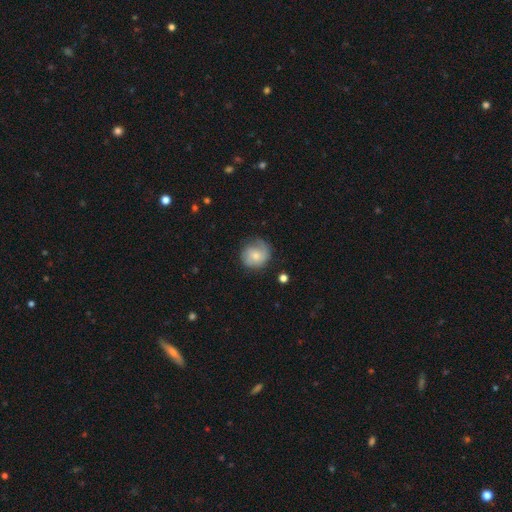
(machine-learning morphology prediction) Smooth or featured? smooth (57%)
How rounded? round (86%)
Merging? none (66%)